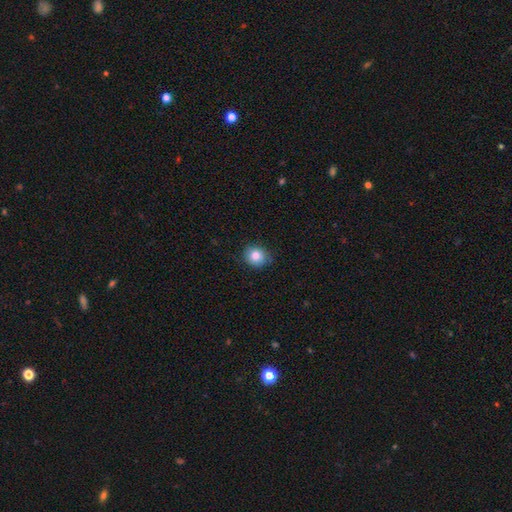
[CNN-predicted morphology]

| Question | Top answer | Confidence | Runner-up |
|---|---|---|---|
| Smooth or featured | smooth | 83% | star or artifact (10%) |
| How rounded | round | 79% | in between (20%) |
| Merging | none | 85% | minor disturbance (12%) |